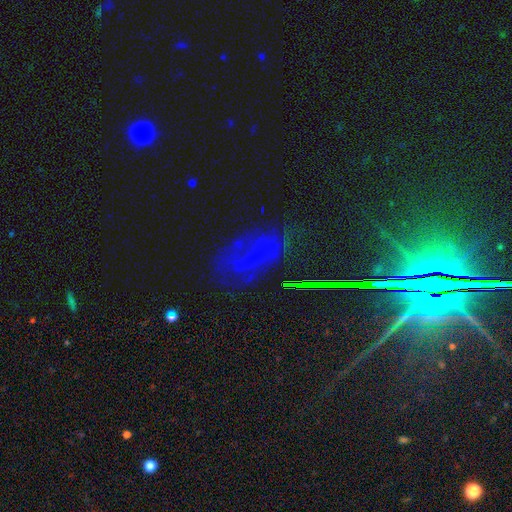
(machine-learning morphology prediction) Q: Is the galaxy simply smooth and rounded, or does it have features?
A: featured or disk — 43%.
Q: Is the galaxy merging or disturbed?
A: none — 58%.